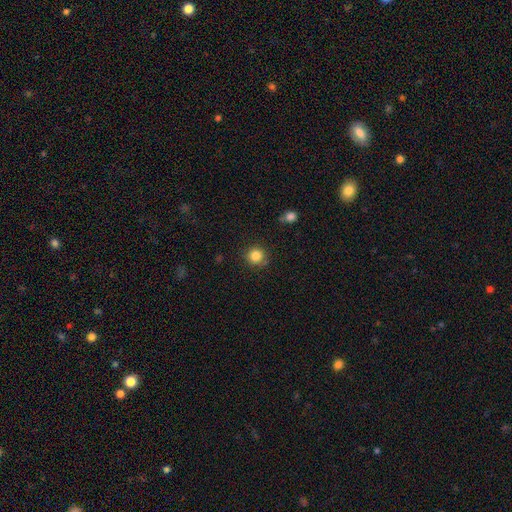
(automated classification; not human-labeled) A smooth galaxy with no disk features (84%) that is round (93%).

Vote fractions:
- Smooth or featured? smooth: 84% / star or artifact: 12% / featured or disk: 5%
- How rounded? round: 93% / in between: 6% / cigar-shaped: 1%
- Merging? none: 87% / minor disturbance: 8% / major disturbance: 2% / merger: 2%